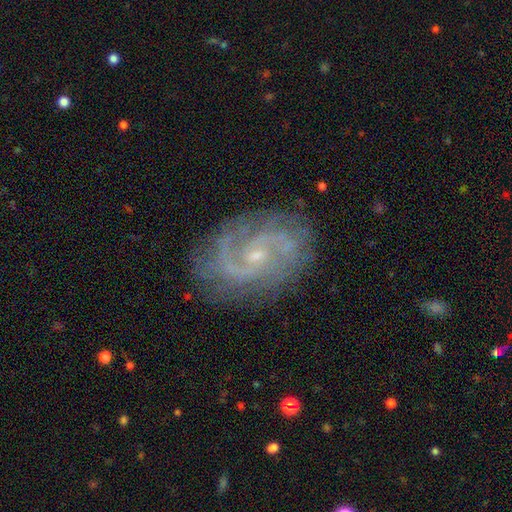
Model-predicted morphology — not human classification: Smooth or featured? featured or disk (88%)
Edge-on disk? no (97%)
Bar? no (59%)
Spiral arms? yes (97%)
Spiral winding? medium (50%)
Spiral arm count? 2 (71%)
Bulge size? small (77%)
Merging? none (78%)